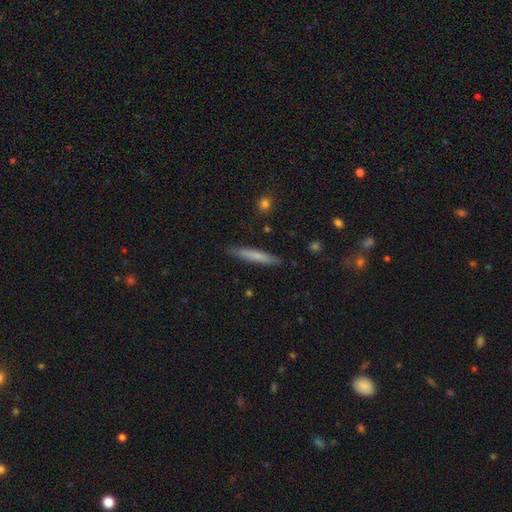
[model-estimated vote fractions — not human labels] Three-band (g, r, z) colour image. It shows a smooth galaxy with no disk features (68%) that is cigar-shaped (94%). Merging: none (87%).